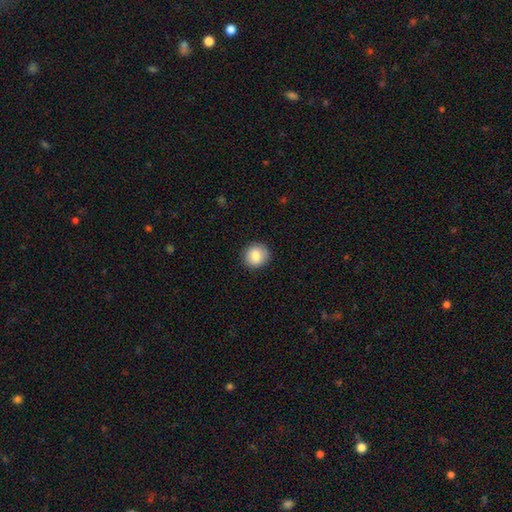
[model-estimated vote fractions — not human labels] This appears to be a smooth galaxy with no disk features (85%) that is round (88%). Merging: none (89%).